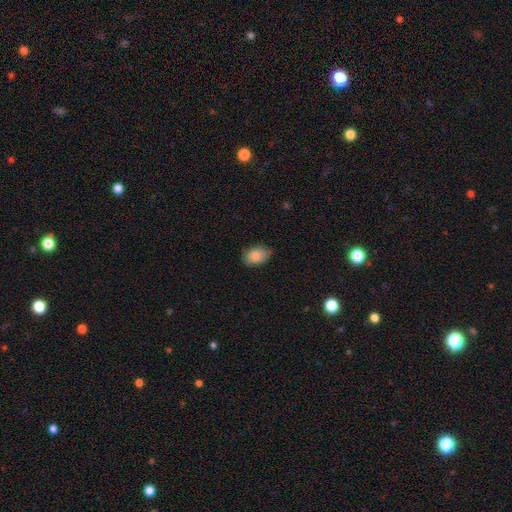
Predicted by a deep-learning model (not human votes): This is clearly a smooth galaxy (85%). How rounded: clearly in between (81%). Merging: likely none (73%).